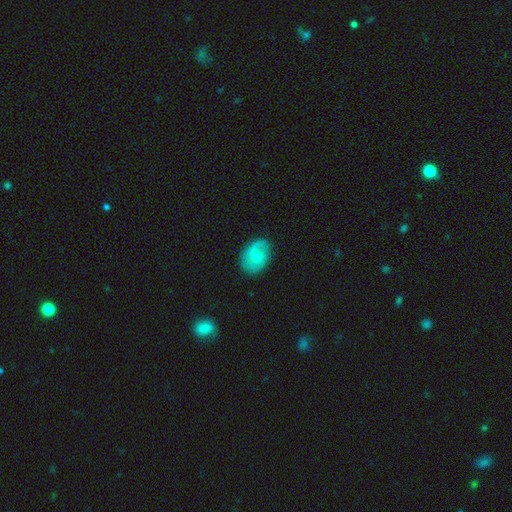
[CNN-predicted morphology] Smooth or featured? smooth (47%)
Merging? none (70%)